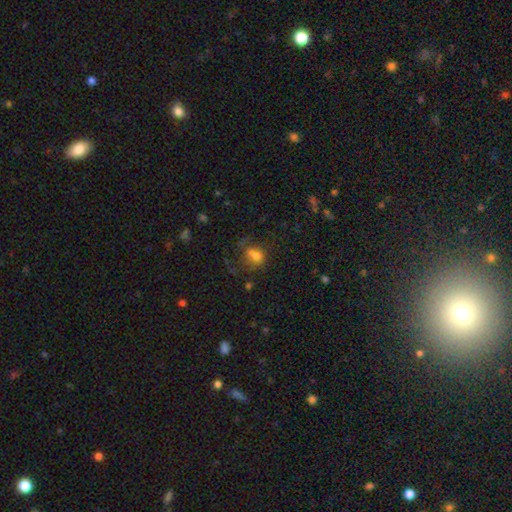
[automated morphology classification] This appears to be a smooth galaxy with no disk features (66%) that is round (55%). Merging: none (39%).